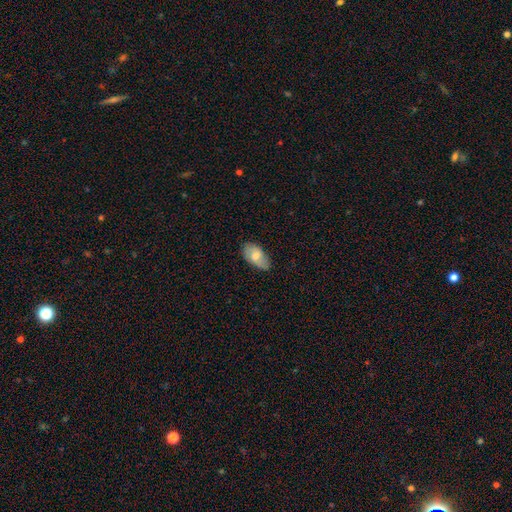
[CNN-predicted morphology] This is likely a smooth galaxy (70%). How rounded: clearly in between (94%). Merging: likely none (71%).